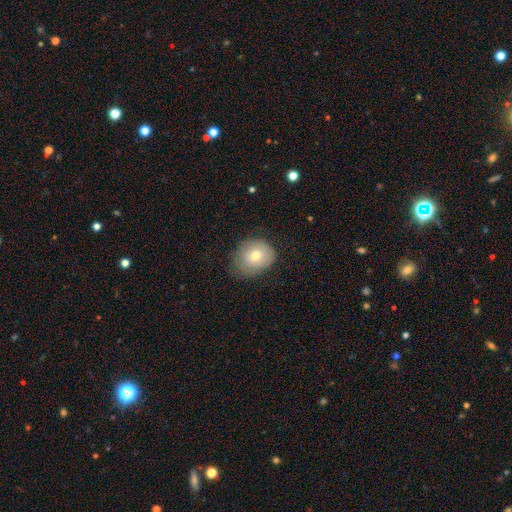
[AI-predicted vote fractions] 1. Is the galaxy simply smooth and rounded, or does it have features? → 74% smooth, 17% featured or disk, 10% star or artifact.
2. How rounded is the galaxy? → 61% round, 38% in between, 1% cigar-shaped.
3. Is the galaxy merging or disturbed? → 63% none, 28% minor disturbance, 8% major disturbance, 1% merger.